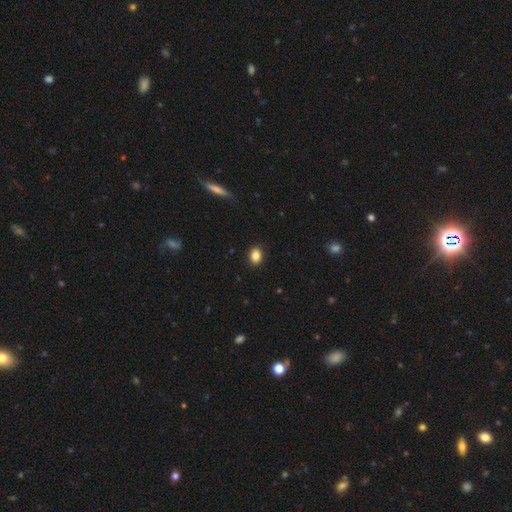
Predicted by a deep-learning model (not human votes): Smooth or featured? smooth (86%)
How rounded? in between (64%)
Merging? none (90%)